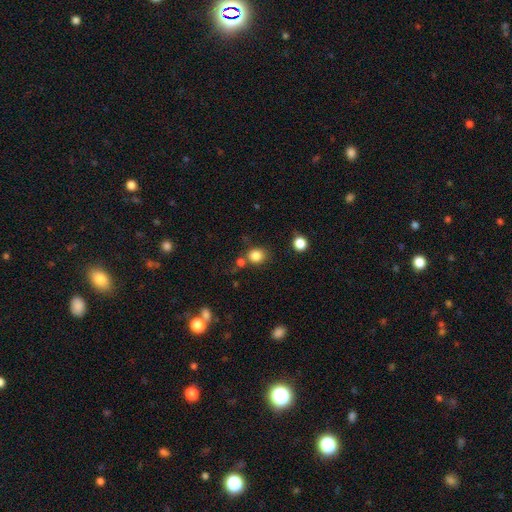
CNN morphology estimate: A smooth galaxy with no disk features (83%) that is round (77%).

Vote fractions:
- Smooth or featured? smooth: 83% / star or artifact: 12% / featured or disk: 5%
- How rounded? round: 77% / in between: 22% / cigar-shaped: 1%
- Merging? none: 71% / merger: 13% / minor disturbance: 11% / major disturbance: 4%